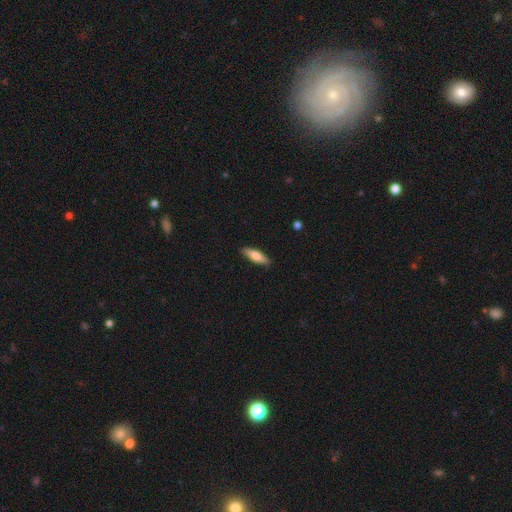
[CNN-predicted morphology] Overall: smooth (74%). How rounded: cigar-shaped (54%; in between 44%). Merging: none (88%).